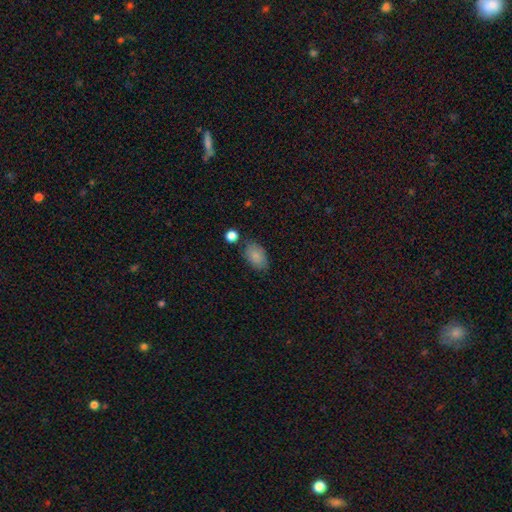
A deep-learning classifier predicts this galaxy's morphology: Smooth or featured?
  - smooth: 83% *
  - featured or disk: 9%
  - star or artifact: 8%
How rounded?
  - in between: 89% *
  - round: 9%
  - cigar-shaped: 2%
Merging?
  - none: 71% *
  - minor disturbance: 19%
  - merger: 6%
  - major disturbance: 5%